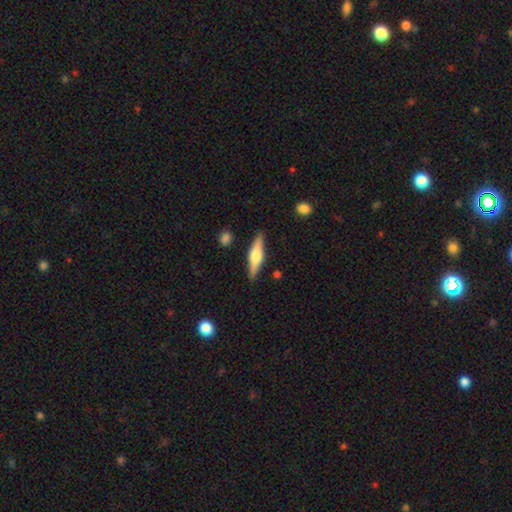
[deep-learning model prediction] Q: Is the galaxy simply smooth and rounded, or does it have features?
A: featured or disk — 61%.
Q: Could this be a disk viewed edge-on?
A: yes — 96%.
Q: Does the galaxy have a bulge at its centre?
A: rounded — 89%.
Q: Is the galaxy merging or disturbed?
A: none — 88%.